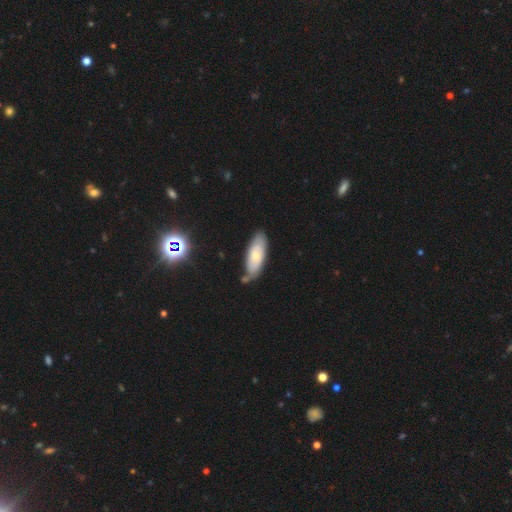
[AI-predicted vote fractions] Smooth or featured? smooth (57%)
How rounded? in between (73%)
Merging? none (65%)